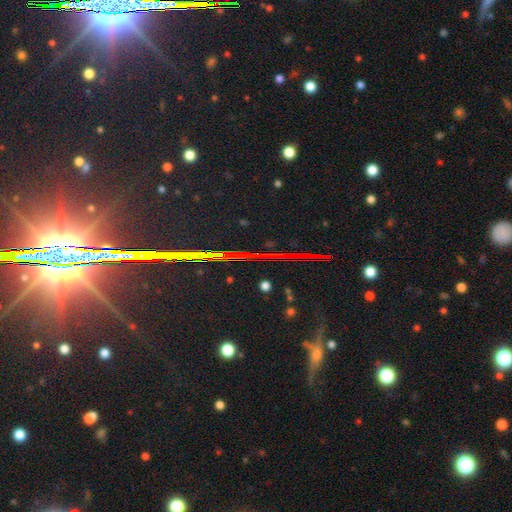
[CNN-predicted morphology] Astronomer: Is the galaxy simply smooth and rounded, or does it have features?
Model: star or artifact — 76%.